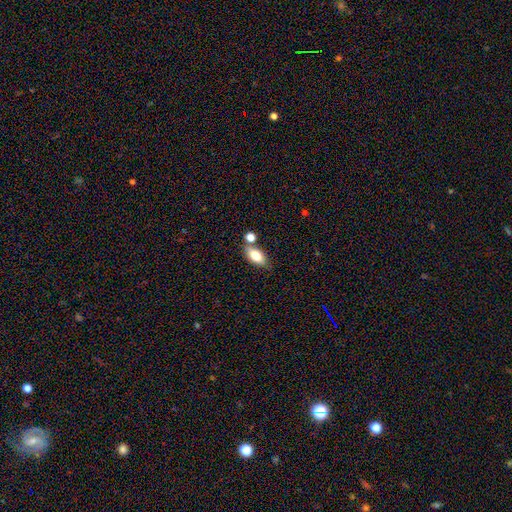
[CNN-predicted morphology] This appears to be a smooth galaxy with no disk features (77%) that is in between round and cigar-shaped (87%). Merging: none (63%).